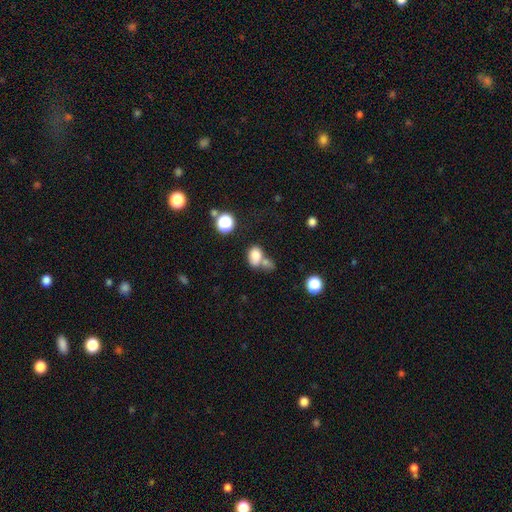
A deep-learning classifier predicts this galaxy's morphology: Q: Smooth or featured?
A: smooth (80%); runner-up: star or artifact (11%)
Q: How rounded?
A: in between (74%); runner-up: round (25%)
Q: Merging?
A: merger (47%); runner-up: none (34%)